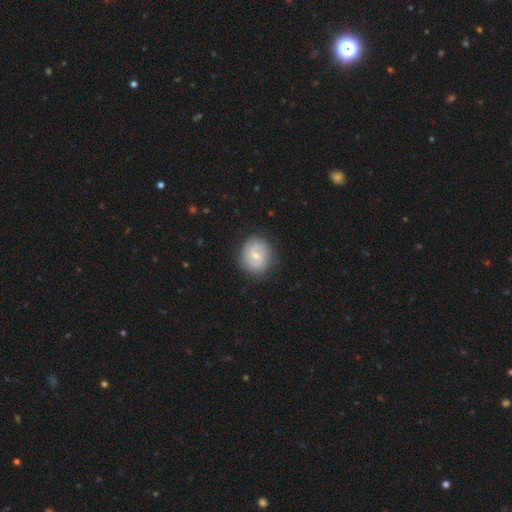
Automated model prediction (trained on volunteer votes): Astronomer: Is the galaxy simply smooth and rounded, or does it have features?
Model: featured or disk — 50% (runner-up: smooth, 43%).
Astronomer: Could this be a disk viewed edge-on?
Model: no — 97%.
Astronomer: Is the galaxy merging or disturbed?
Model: none — 83%.